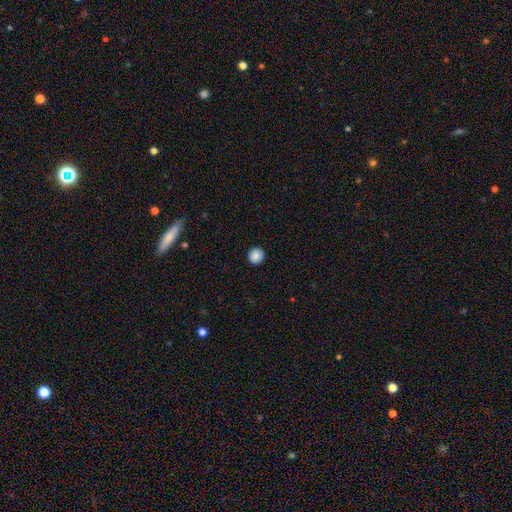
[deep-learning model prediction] Smooth or featured?
  - smooth: 88% *
  - star or artifact: 9%
  - featured or disk: 3%
How rounded?
  - round: 93% *
  - in between: 6%
  - cigar-shaped: 1%
Merging?
  - none: 93% *
  - minor disturbance: 4%
  - major disturbance: 1%
  - merger: 1%